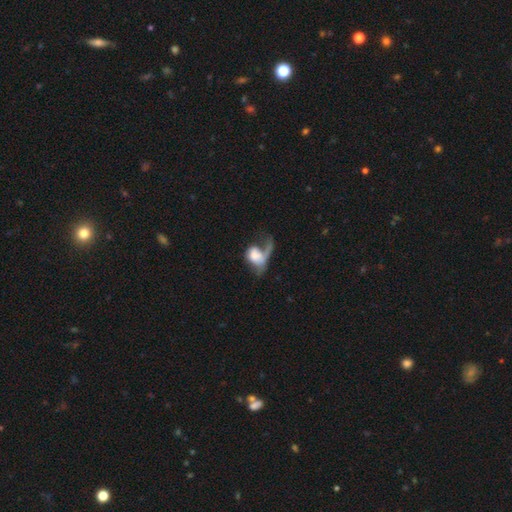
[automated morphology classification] Smooth or featured: smooth — 48% (featured or disk — 44%)
Merging: major disturbance — 56% (none — 16%)